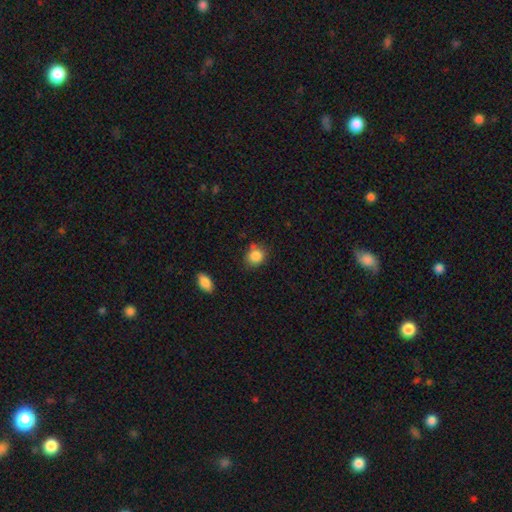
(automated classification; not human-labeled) A smooth galaxy with no disk features (86%) that is round (71%).

Vote fractions:
- Smooth or featured? smooth: 86% / star or artifact: 9% / featured or disk: 5%
- How rounded? round: 71% / in between: 28% / cigar-shaped: 1%
- Merging? none: 71% / minor disturbance: 20% / merger: 5% / major disturbance: 4%